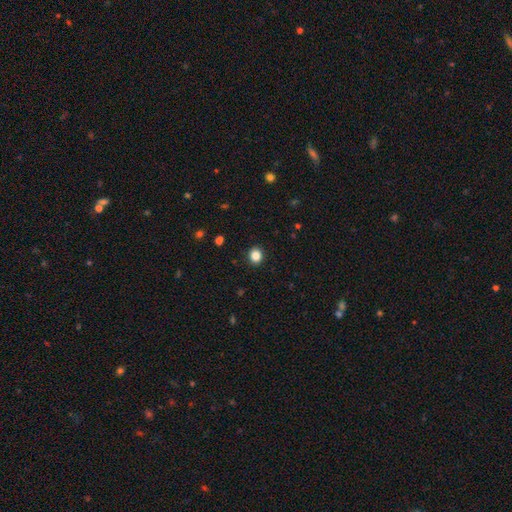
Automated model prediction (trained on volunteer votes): Morphology: type=smooth (85%); roundness=round (78%); merging=none (92%).